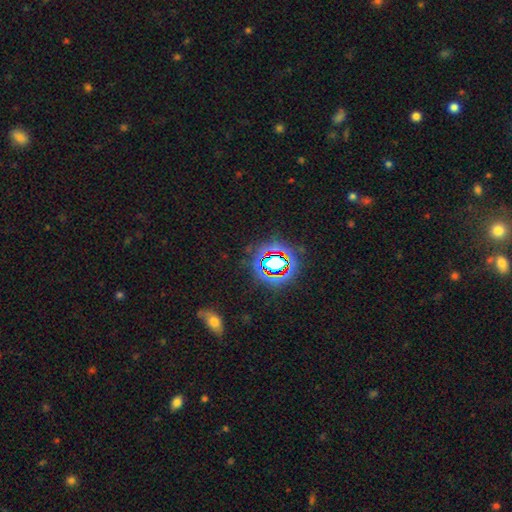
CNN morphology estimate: smooth_or_featured: star or artifact (p=0.73) [alt: smooth p=0.17]